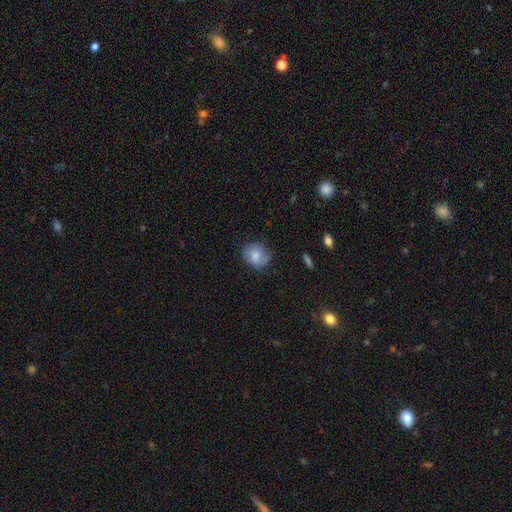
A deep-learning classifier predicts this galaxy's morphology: This appears to be a smooth galaxy with no disk features (76%) that is round (65%). Merging: none (70%).